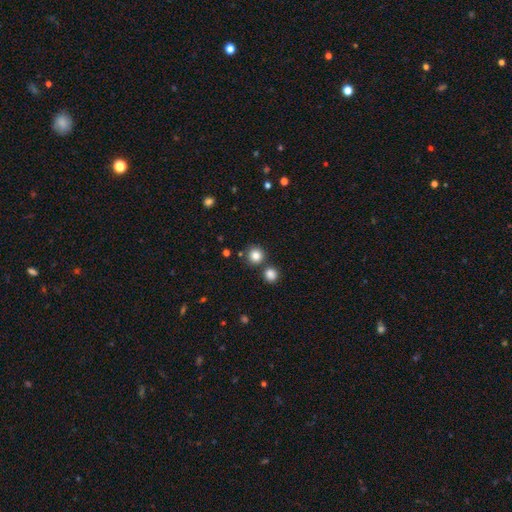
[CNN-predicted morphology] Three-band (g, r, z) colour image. It shows a smooth galaxy with no disk features (83%) that is round (93%). Merging: none (79%).